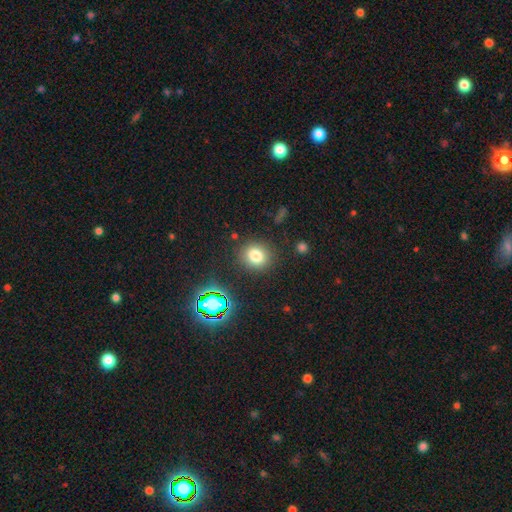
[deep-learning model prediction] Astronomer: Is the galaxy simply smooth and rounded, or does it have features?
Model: smooth — 78%.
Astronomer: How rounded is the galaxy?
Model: round — 80%.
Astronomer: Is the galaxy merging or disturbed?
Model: none — 86%.